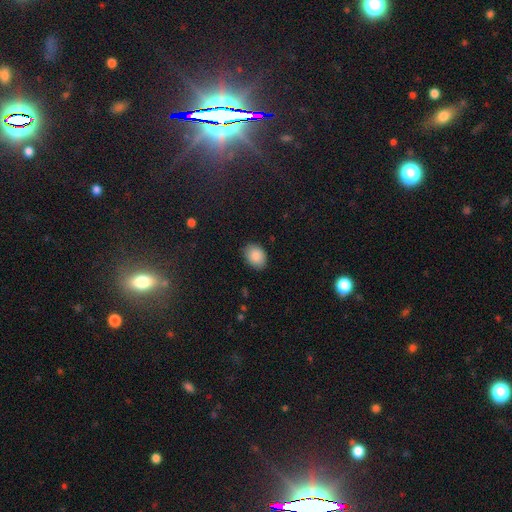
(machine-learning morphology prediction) Q: Smooth or featured?
A: smooth (88%); runner-up: star or artifact (7%)
Q: How rounded?
A: in between (66%); runner-up: round (33%)
Q: Merging?
A: none (86%); runner-up: minor disturbance (11%)